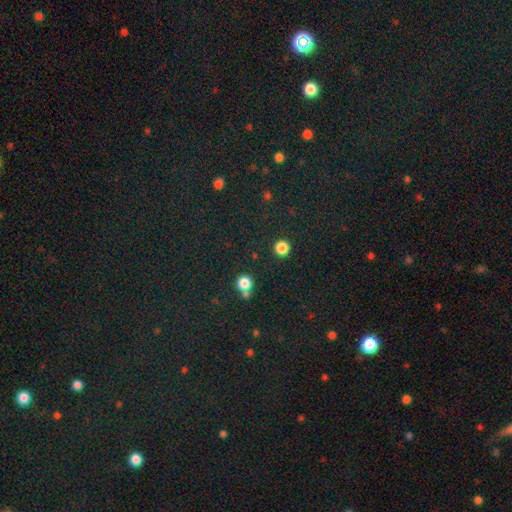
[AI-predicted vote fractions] Overall: star or artifact (73%).